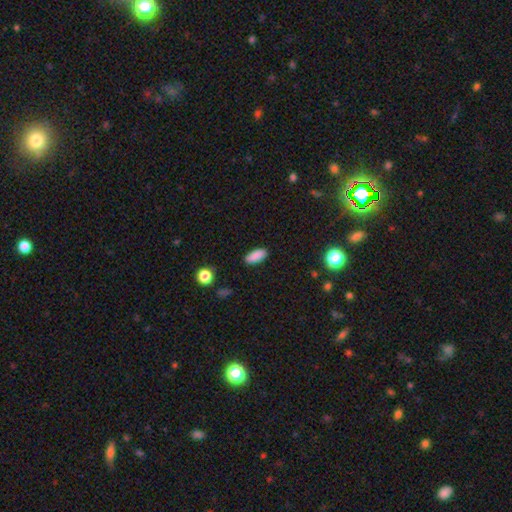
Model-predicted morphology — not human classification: A smooth galaxy with no disk features (88%) that is in between round and cigar-shaped (84%). Merging: none (89%).